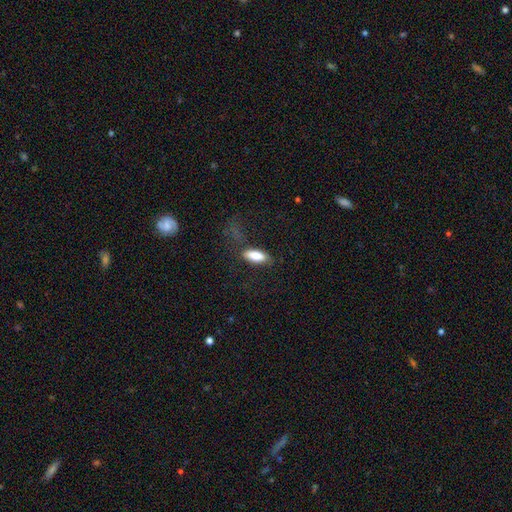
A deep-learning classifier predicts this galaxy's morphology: A smooth galaxy with no disk features (83%) that is in between round and cigar-shaped (74%). Merging: none (61%).